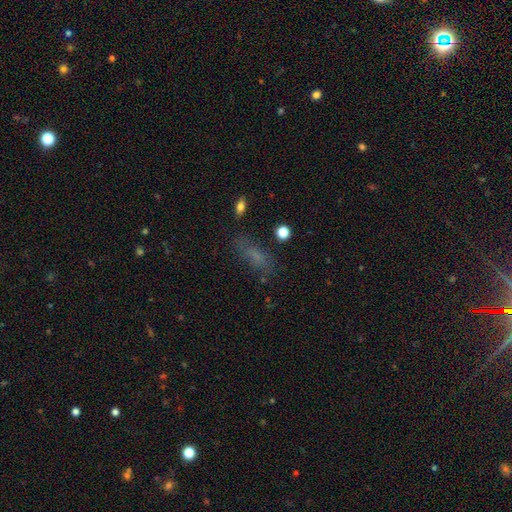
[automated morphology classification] Overall: smooth (62%). How rounded: in between (63%; cigar-shaped 31%). Merging: none (67%).